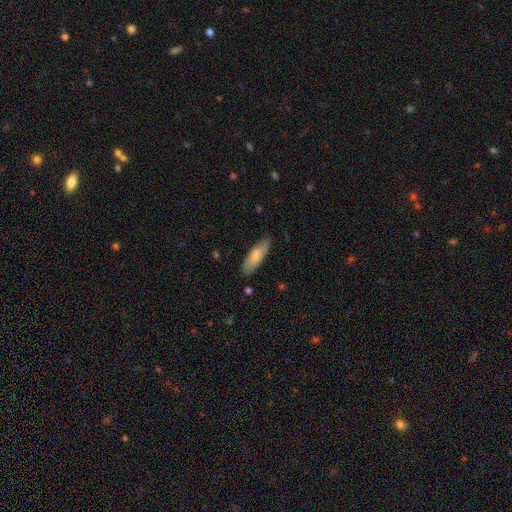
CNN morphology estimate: smooth-or-featured: smooth: 72% | featured or disk: 23% | star or artifact: 5%
  how-rounded: in between: 53% | cigar-shaped: 45% | round: 2%
  merging: none: 83% | minor disturbance: 13% | major disturbance: 2% | merger: 1%